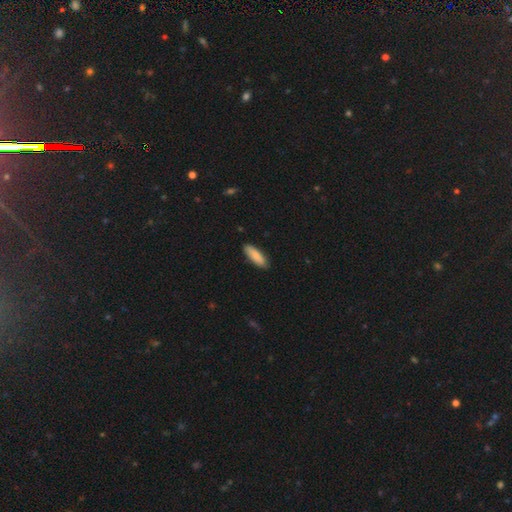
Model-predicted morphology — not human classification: Smooth or featured? smooth (87%)
How rounded? in between (53%)
Merging? none (87%)